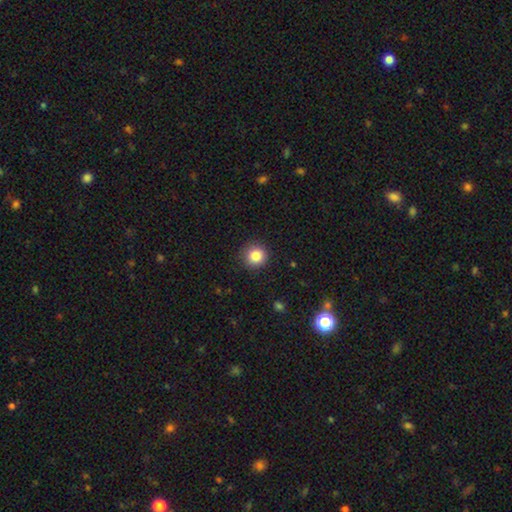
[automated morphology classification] Overall: smooth (85%). How rounded: round (94%). Merging: none (91%).